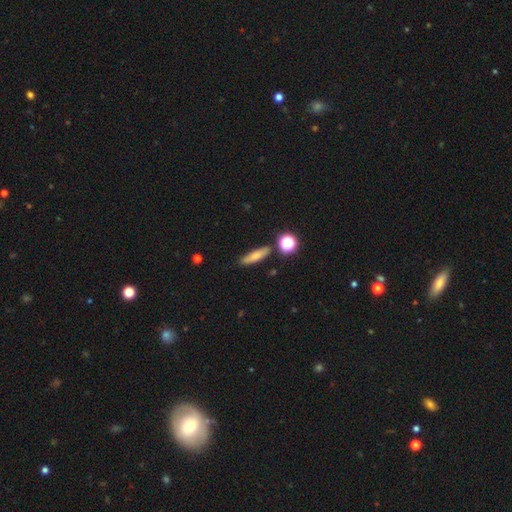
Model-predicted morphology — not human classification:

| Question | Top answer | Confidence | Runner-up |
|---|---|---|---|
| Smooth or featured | smooth | 72% | featured or disk (17%) |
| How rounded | cigar-shaped | 63% | in between (31%) |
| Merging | none | 80% | minor disturbance (12%) |